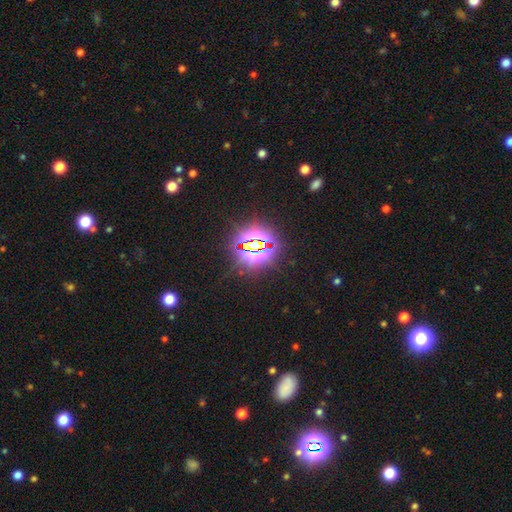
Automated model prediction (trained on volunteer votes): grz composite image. It shows a star or artifact, not a galaxy (82%).